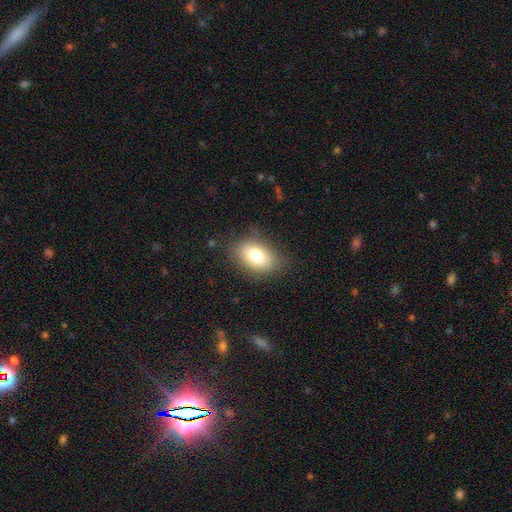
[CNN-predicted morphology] A smooth galaxy with no disk features (76%) that is in between round and cigar-shaped (81%).

Vote fractions:
- Smooth or featured? smooth: 76% / featured or disk: 14% / star or artifact: 9%
- How rounded? in between: 81% / round: 18% / cigar-shaped: 1%
- Merging? none: 80% / minor disturbance: 14% / major disturbance: 5% / merger: 1%